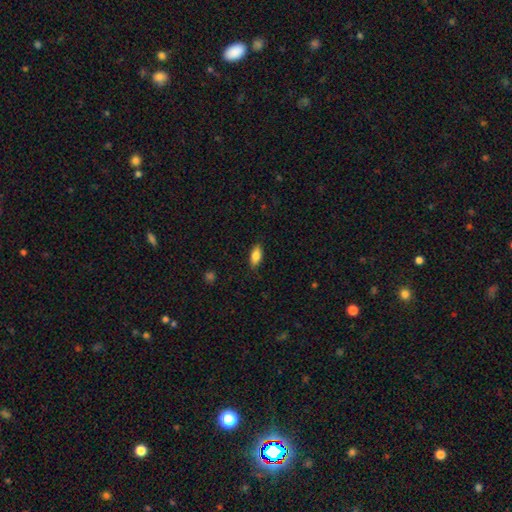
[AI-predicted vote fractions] smooth_or_featured: smooth (p=0.82) [alt: featured or disk p=0.10]
how_rounded: in between (p=0.86) [alt: cigar-shaped p=0.12]
merging: none (p=0.86) [alt: minor disturbance p=0.11]